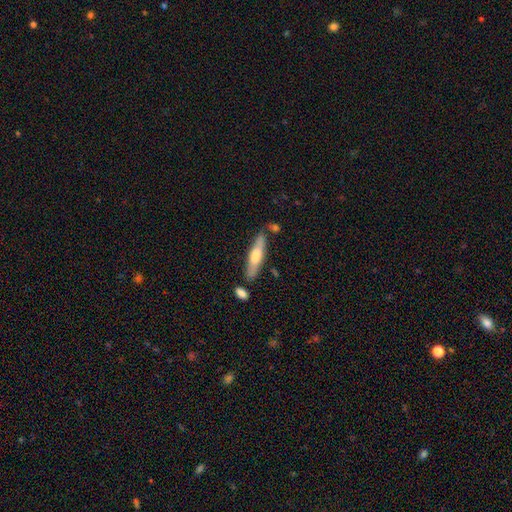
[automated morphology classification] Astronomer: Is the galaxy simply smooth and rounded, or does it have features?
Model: smooth — 47%, tied with featured or disk at 47%.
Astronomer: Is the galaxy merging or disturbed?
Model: none — 74%.